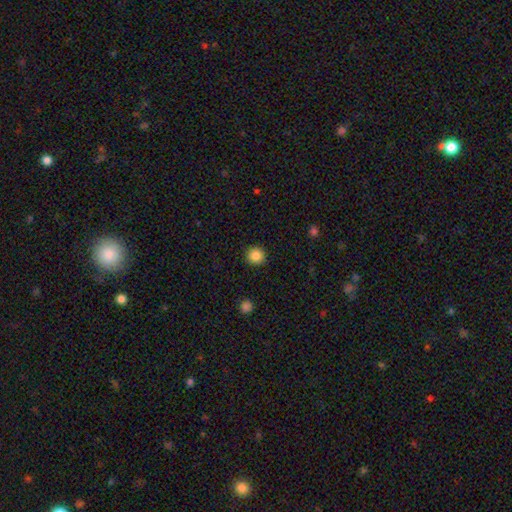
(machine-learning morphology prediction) type=smooth (86%); roundness=round (94%); merging=none (92%).